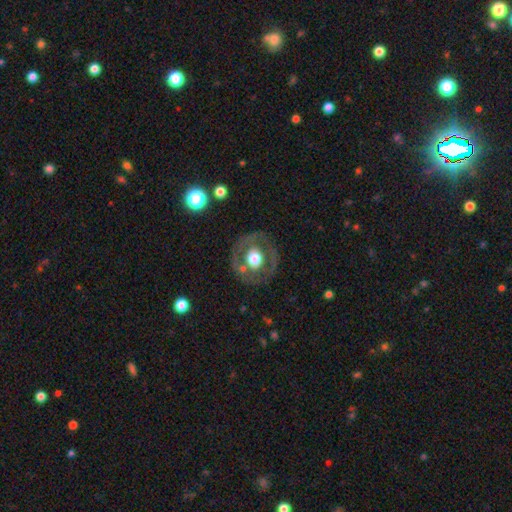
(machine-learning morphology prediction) Smooth or featured?
  - featured or disk: 57% *
  - smooth: 35%
  - star or artifact: 8%
Edge-on disk?
  - no: 95% *
  - yes: 5%
Bar?
  - no: 78% *
  - weak: 15%
  - strong: 7%
Spiral arms?
  - no: 80% *
  - yes: 20%
Bulge size?
  - moderate: 55% *
  - large: 36%
  - small: 4%
  - dominant: 3%
  - none: 1%
Merging?
  - none: 81% *
  - minor disturbance: 11%
  - major disturbance: 6%
  - merger: 1%